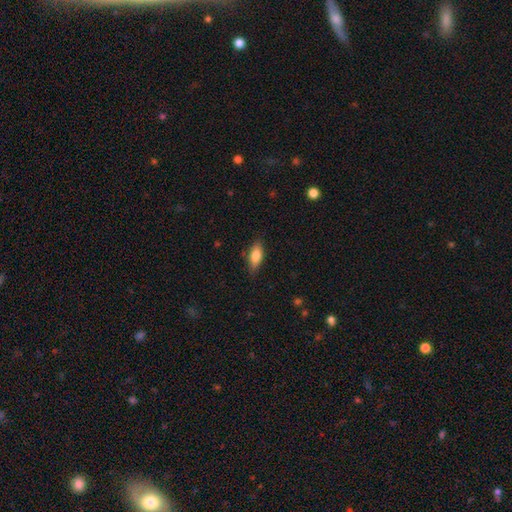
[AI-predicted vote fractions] Smooth or featured: smooth — 81% (featured or disk — 13%)
How rounded: in between — 76% (cigar-shaped — 21%)
Merging: none — 81% (minor disturbance — 15%)